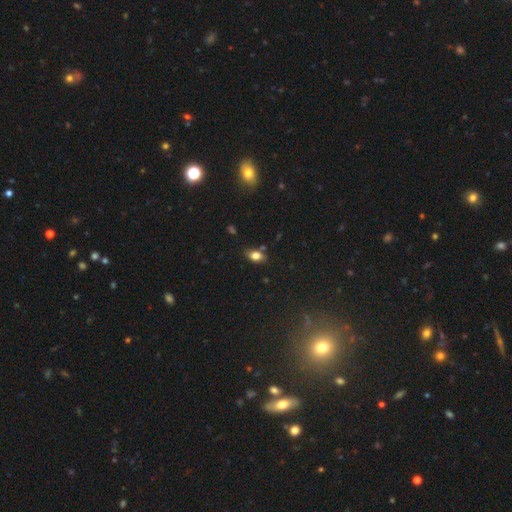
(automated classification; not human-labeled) smooth-or-featured: smooth: 80% | star or artifact: 11% | featured or disk: 10%
  how-rounded: in between: 85% | round: 12% | cigar-shaped: 3%
  merging: none: 74% | minor disturbance: 16% | merger: 6% | major disturbance: 3%